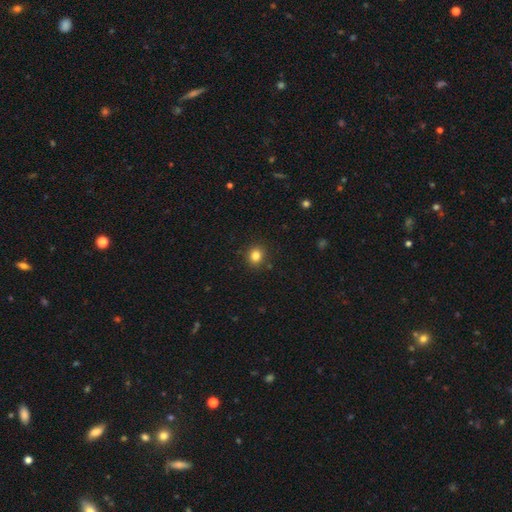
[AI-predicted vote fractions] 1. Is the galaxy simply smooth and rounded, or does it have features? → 83% smooth, 12% star or artifact, 5% featured or disk.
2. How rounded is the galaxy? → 83% round, 16% in between, 1% cigar-shaped.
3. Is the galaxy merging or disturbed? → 90% none, 7% minor disturbance, 2% major disturbance, 1% merger.